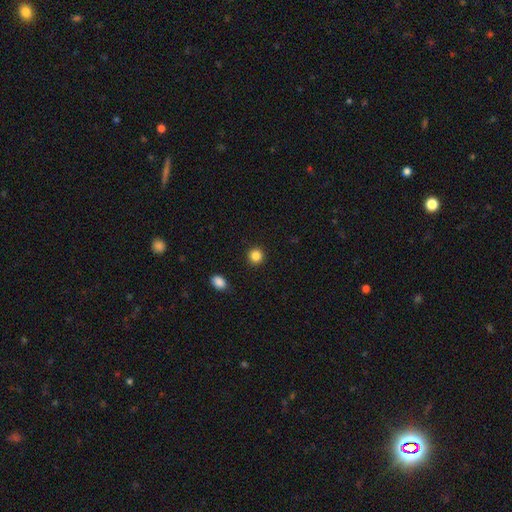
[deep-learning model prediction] Q: Smooth or featured?
A: smooth (85%); runner-up: star or artifact (11%)
Q: How rounded?
A: round (93%); runner-up: in between (6%)
Q: Merging?
A: none (92%); runner-up: minor disturbance (5%)